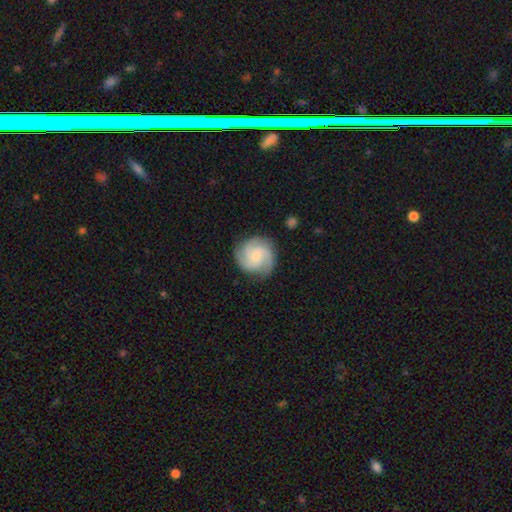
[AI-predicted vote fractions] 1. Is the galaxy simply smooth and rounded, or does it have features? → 76% featured or disk, 18% smooth, 6% star or artifact.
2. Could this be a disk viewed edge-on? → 98% no, 2% yes.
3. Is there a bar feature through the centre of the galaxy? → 55% no, 39% weak, 6% strong.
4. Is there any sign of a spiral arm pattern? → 97% yes, 3% no.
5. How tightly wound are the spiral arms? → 47% tight, 43% medium, 10% loose.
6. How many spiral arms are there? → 57% 3, 15% 4, 10% can't tell, 10% 2, 4% 1, 4% more than 4.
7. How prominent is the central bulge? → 53% small, 24% moderate, 18% none, 4% large, 1% dominant.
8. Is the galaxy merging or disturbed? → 82% none, 13% minor disturbance, 4% major disturbance, 1% merger.